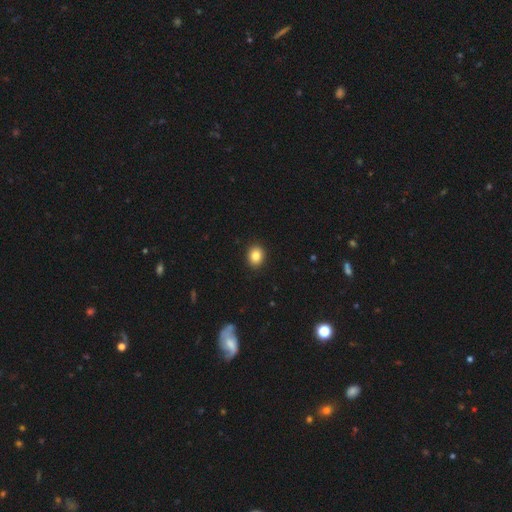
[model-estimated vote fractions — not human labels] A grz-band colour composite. It shows a smooth galaxy with no disk features (85%) that is round (62%). Merging: none (92%).